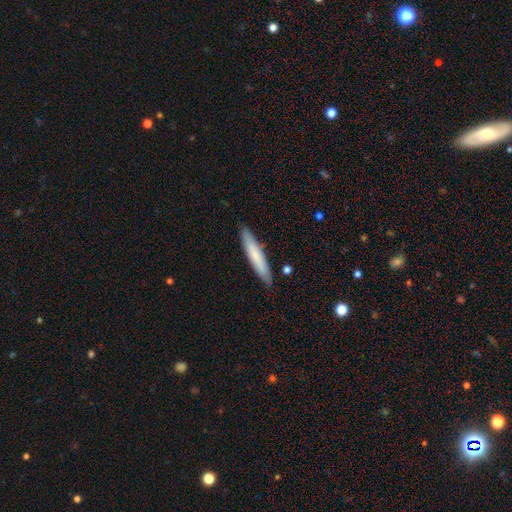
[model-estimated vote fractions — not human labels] Smooth or featured: smooth — 73% (featured or disk — 21%)
How rounded: cigar-shaped — 90% (in between — 9%)
Merging: none — 88% (minor disturbance — 9%)